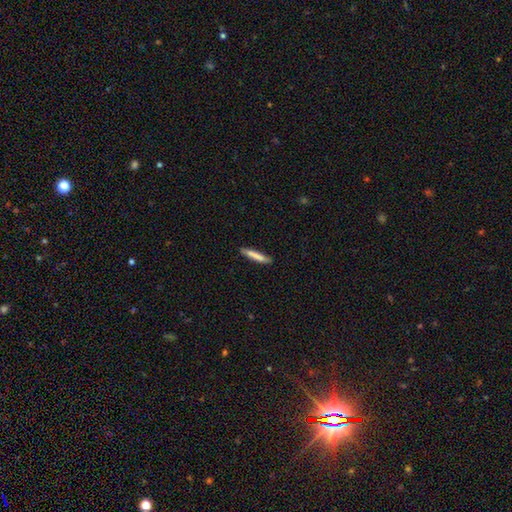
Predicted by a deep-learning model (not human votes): A smooth galaxy with no disk features (80%) that is cigar-shaped (92%). Merging: none (86%).